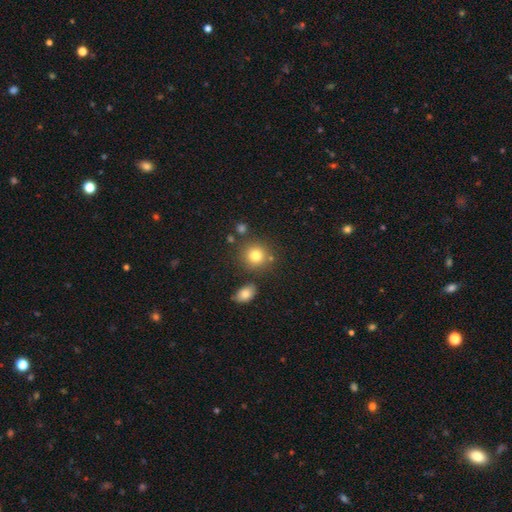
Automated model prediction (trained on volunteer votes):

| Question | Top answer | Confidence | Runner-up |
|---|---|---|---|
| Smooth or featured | smooth | 80% | star or artifact (12%) |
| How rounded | round | 87% | in between (12%) |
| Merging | none | 78% | minor disturbance (10%) |